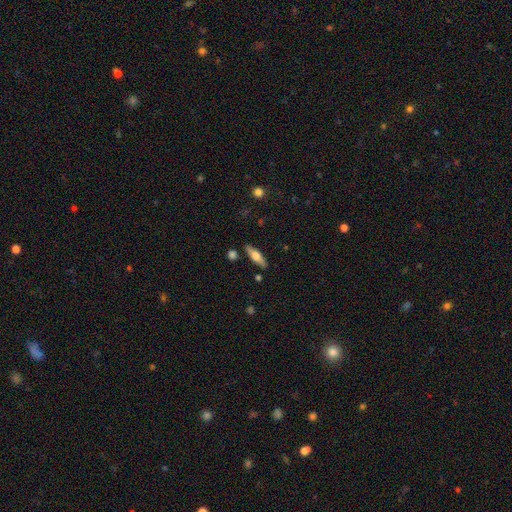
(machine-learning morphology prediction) Smooth or featured?
  - smooth: 53% *
  - featured or disk: 41%
  - star or artifact: 6%
How rounded?
  - in between: 50% *
  - cigar-shaped: 47%
  - round: 3%
Merging?
  - none: 85% *
  - minor disturbance: 10%
  - merger: 3%
  - major disturbance: 2%